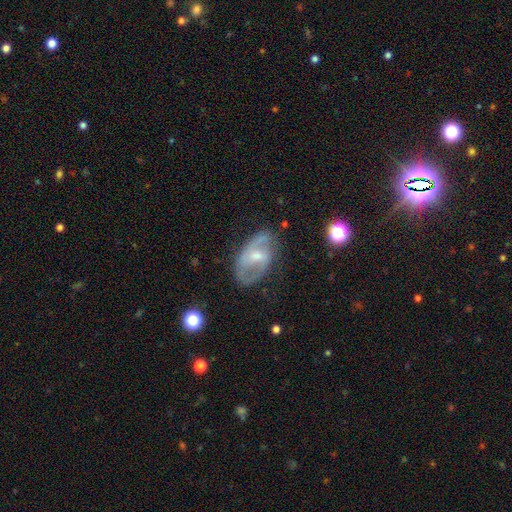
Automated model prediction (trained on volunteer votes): A featured or disk galaxy (71%) with a weak bar (49%), 2 (68%) medium (46%) spiral arms (76%) and a small central bulge (49%).

Vote fractions:
- Smooth or featured? featured or disk: 71% / smooth: 22% / star or artifact: 7%
- Edge-on disk? no: 94% / yes: 6%
- Bar? weak: 49% / no: 30% / strong: 21%
- Spiral arms? yes: 76% / no: 24%
- Spiral winding? medium: 46% / loose: 28% / tight: 26%
- Spiral arm count? 2: 68% / can't tell: 19% / 1: 8% / 3: 3% / 4: 1% / more than 4: 1%
- Bulge size? small: 49% / moderate: 44% / none: 4% / large: 2% / dominant: 1%
- Merging? none: 63% / minor disturbance: 23% / major disturbance: 11% / merger: 2%